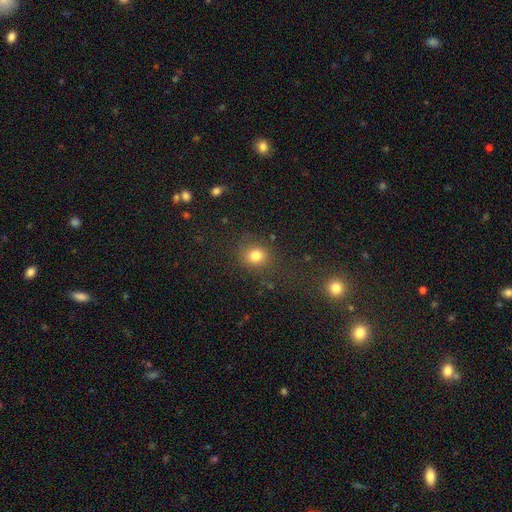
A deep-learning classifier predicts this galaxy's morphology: Smooth or featured? Predicted: smooth (p=0.79). How rounded? Predicted: round (p=0.76). Merging? Predicted: none (p=0.76).